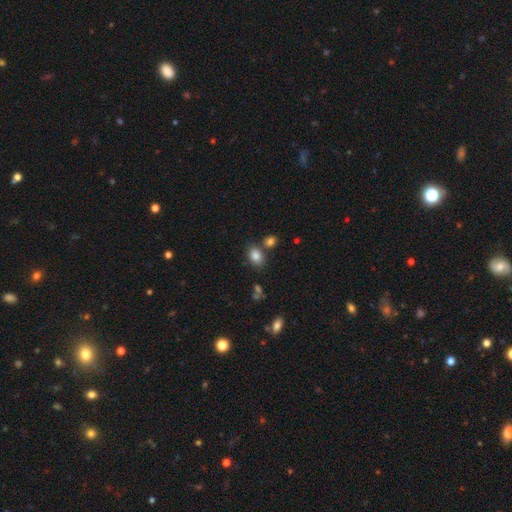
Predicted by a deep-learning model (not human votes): Smooth or featured? Predicted: smooth (p=0.83). How rounded? Predicted: in between (p=0.69). Merging? Predicted: none (p=0.69).